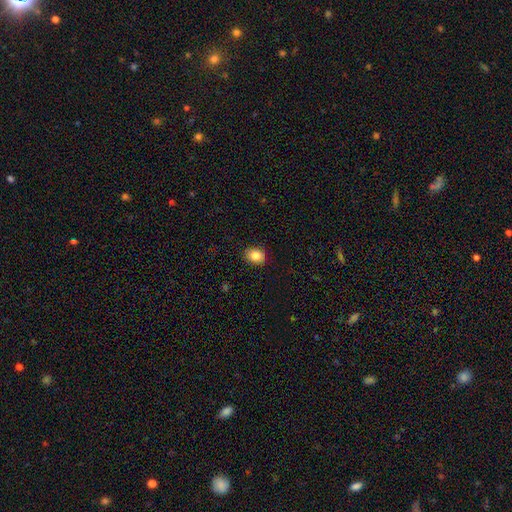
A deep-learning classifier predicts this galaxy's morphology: smooth_or_featured: smooth (p=0.85) [alt: star or artifact p=0.09]
how_rounded: round (p=0.55) [alt: in between p=0.44]
merging: none (p=0.88) [alt: minor disturbance p=0.09]